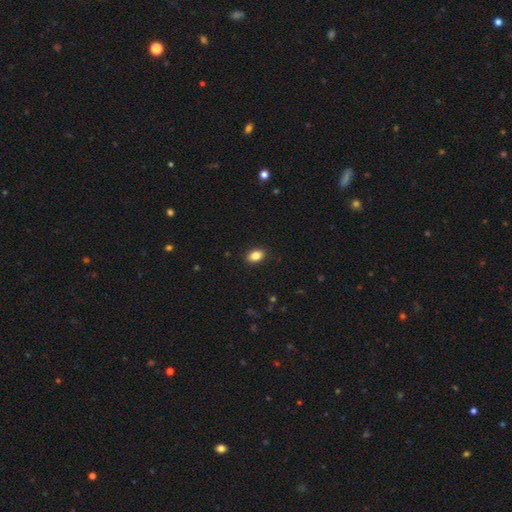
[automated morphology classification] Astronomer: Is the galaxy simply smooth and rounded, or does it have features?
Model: smooth — 85%.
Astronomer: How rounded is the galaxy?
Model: in between — 83%.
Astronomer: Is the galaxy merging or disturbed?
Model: none — 89%.